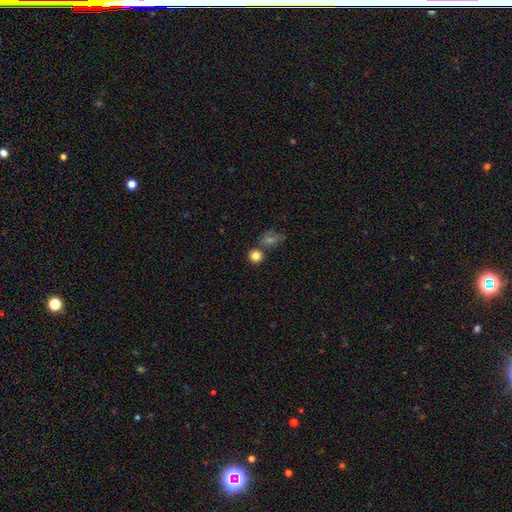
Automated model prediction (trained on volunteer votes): Smooth or featured? Predicted: smooth (p=0.82). How rounded? Predicted: round (p=0.88). Merging? Predicted: none (p=0.67).